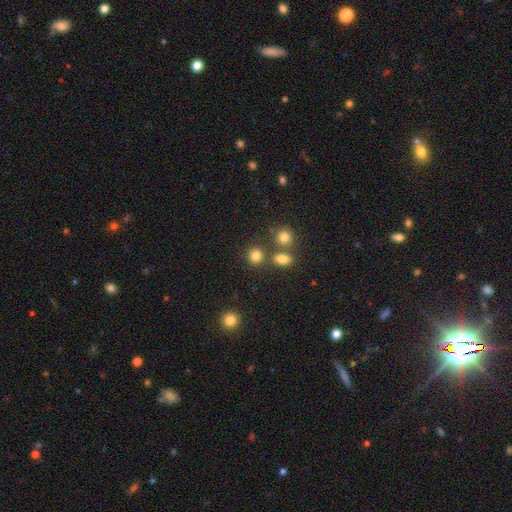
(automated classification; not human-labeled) A smooth galaxy with no disk features (81%) that is round (84%). Merging: none (75%).